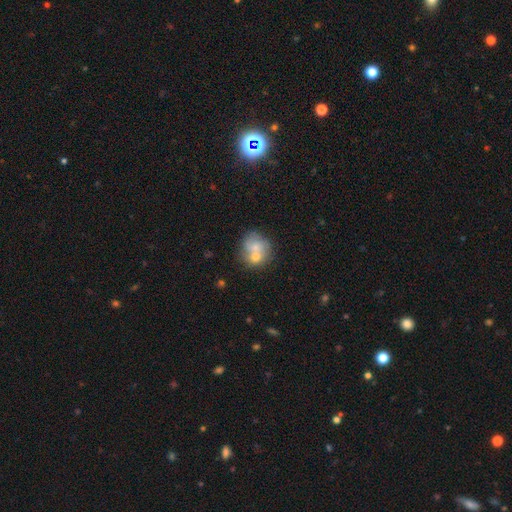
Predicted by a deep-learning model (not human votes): Smooth or featured?
  - smooth: 63% *
  - featured or disk: 27%
  - star or artifact: 10%
How rounded?
  - round: 75% *
  - in between: 24%
  - cigar-shaped: 1%
Merging?
  - merger: 49% *
  - none: 36%
  - minor disturbance: 10%
  - major disturbance: 5%